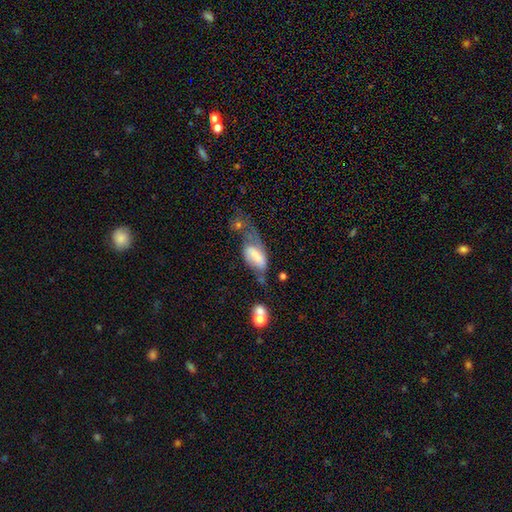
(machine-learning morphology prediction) The model was most divided on "smooth or featured": smooth: 51%, featured or disk: 41%, star or artifact: 8%. Remaining: how rounded — in between (87%); merging — major disturbance (41%).